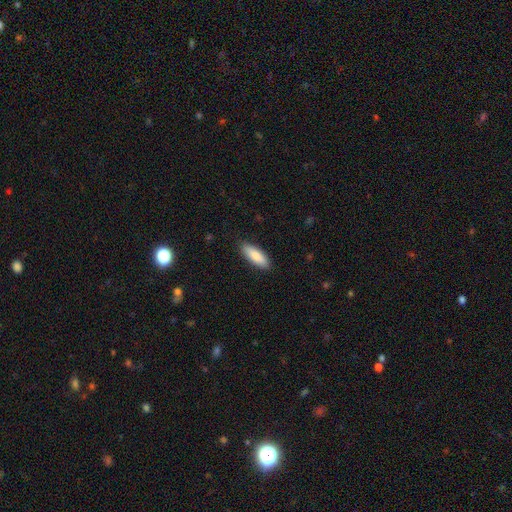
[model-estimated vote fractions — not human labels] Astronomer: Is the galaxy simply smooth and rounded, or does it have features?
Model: smooth — 83%.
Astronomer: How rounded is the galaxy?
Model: in between — 62%.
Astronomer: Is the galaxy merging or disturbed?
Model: none — 89%.